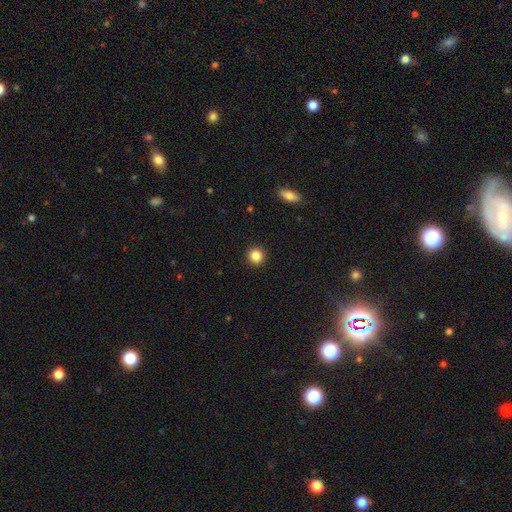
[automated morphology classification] A smooth galaxy with no disk features (86%) that is round (91%).

Vote fractions:
- Smooth or featured? smooth: 86% / star or artifact: 10% / featured or disk: 4%
- How rounded? round: 91% / in between: 8% / cigar-shaped: 1%
- Merging? none: 92% / minor disturbance: 5% / major disturbance: 2% / merger: 1%